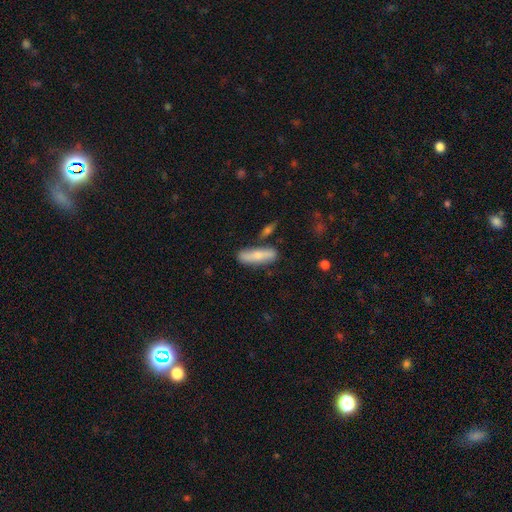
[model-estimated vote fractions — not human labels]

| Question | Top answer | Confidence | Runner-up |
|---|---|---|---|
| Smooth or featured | smooth | 62% | featured or disk (31%) |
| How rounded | cigar-shaped | 60% | in between (37%) |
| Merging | none | 76% | minor disturbance (14%) |